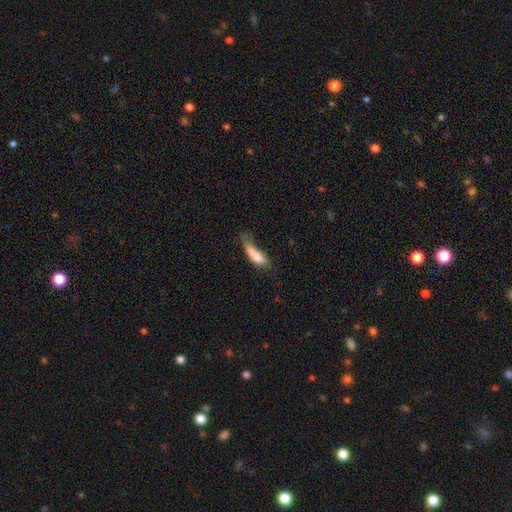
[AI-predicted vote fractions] This appears to be a smooth galaxy with no disk features (75%) that is in between round and cigar-shaped (50%). Merging: major disturbance (40%).